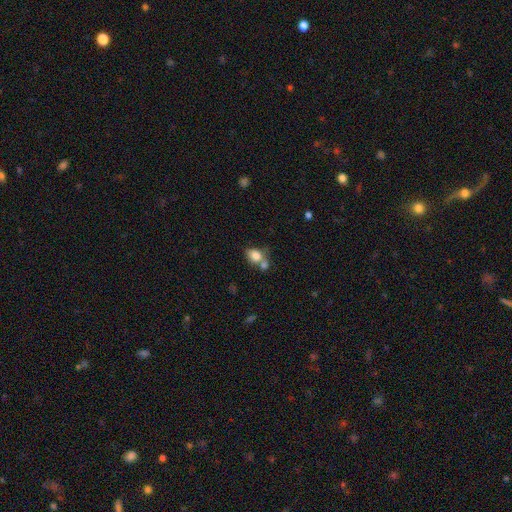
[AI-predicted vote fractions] smooth_or_featured: smooth (p=0.81) [alt: star or artifact p=0.10]
how_rounded: in between (p=0.57) [alt: round p=0.42]
merging: none (p=0.41) [alt: merger p=0.40]